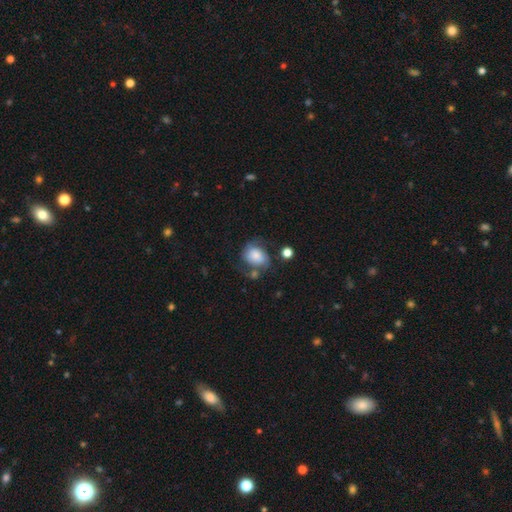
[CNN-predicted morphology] Overall: smooth (58%; featured or disk 34%). How rounded: in between (53%; round 46%). Merging: none (43%; minor disturbance 26%).